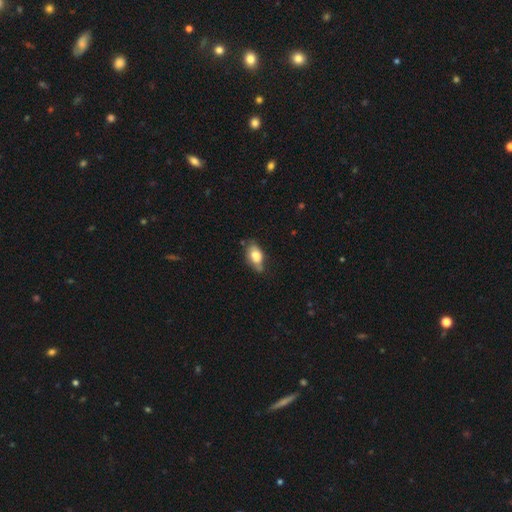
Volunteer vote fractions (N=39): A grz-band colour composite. It shows a smooth galaxy with no disk features (59%) that is in between round and cigar-shaped (91%). Merging: minor disturbance (49%).